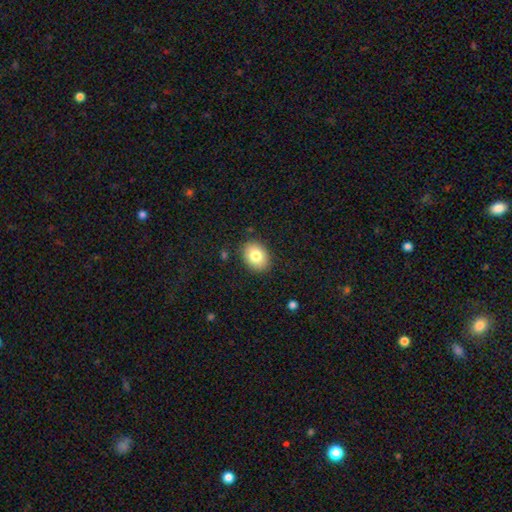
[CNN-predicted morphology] This appears to be a smooth galaxy with no disk features (81%) that is in between round and cigar-shaped (64%). Merging: none (87%).